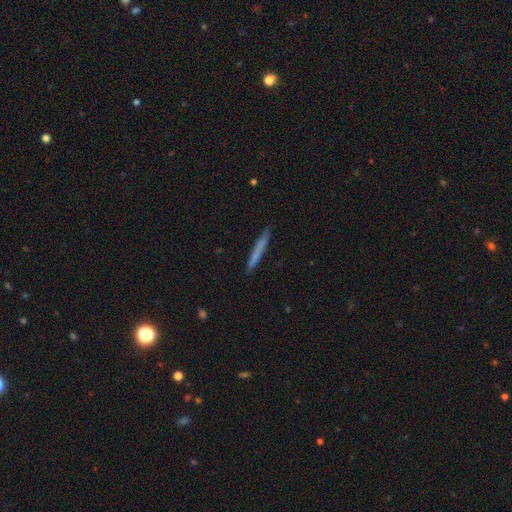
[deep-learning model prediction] Smooth or featured? Predicted: smooth (p=0.66). How rounded? Predicted: cigar-shaped (p=0.97). Merging? Predicted: none (p=0.90).